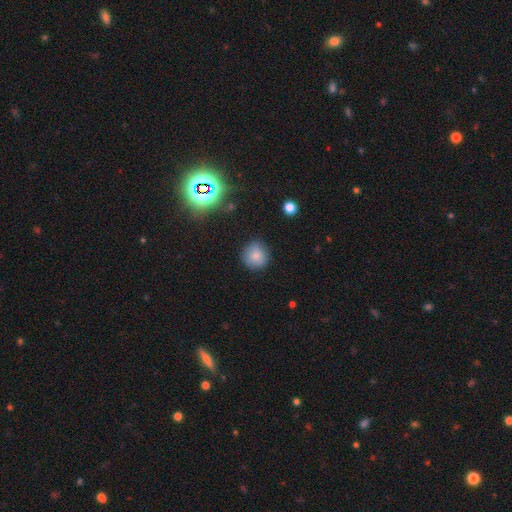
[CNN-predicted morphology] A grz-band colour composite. It shows a smooth galaxy with no disk features (81%) that is round (91%). Merging: none (86%).